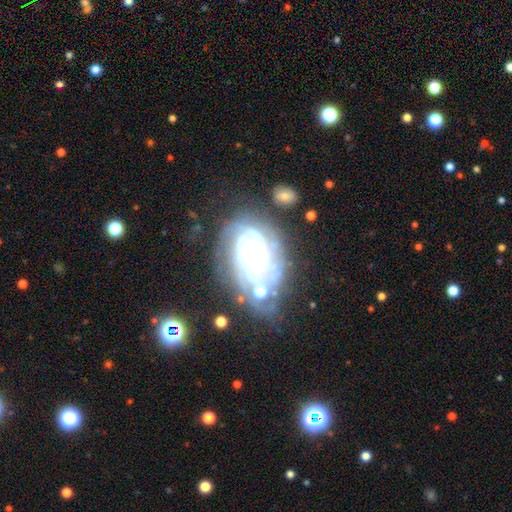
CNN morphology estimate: featured or disk 82%, smooth 9%, star or artifact 8%. Down the decision tree: edge-on disk — no (96%); bar — no (64%); spiral arms — yes (93%); spiral arm count — can't tell (39%); spiral winding — tight (71%); bulge size — moderate (51%); merging — none (60%).